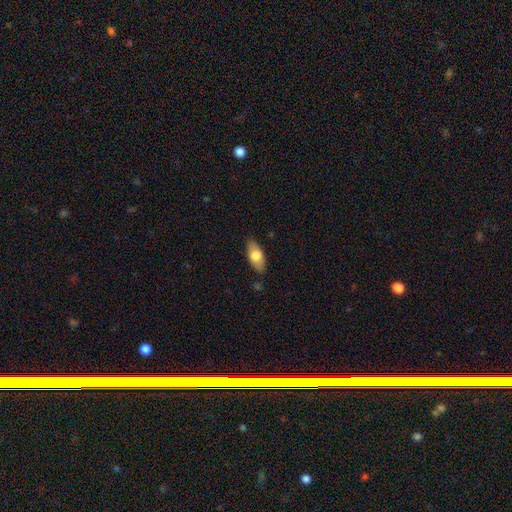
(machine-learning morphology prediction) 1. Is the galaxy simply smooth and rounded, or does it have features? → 74% smooth, 20% featured or disk, 6% star or artifact.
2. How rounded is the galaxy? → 86% in between, 12% cigar-shaped, 3% round.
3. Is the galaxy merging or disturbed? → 83% none, 13% minor disturbance, 2% major disturbance, 2% merger.